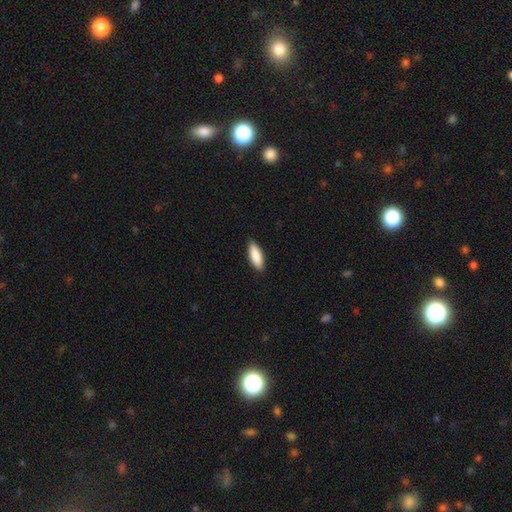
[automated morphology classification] type=smooth (86%); roundness=in between (63%); merging=none (89%).